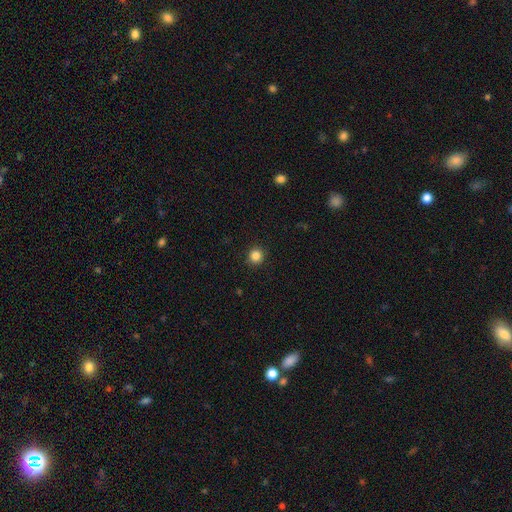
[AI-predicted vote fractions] A smooth galaxy with no disk features (85%) that is round (93%).

Vote fractions:
- Smooth or featured? smooth: 85% / star or artifact: 11% / featured or disk: 4%
- How rounded? round: 93% / in between: 6% / cigar-shaped: 1%
- Merging? none: 92% / minor disturbance: 5% / major disturbance: 2% / merger: 1%